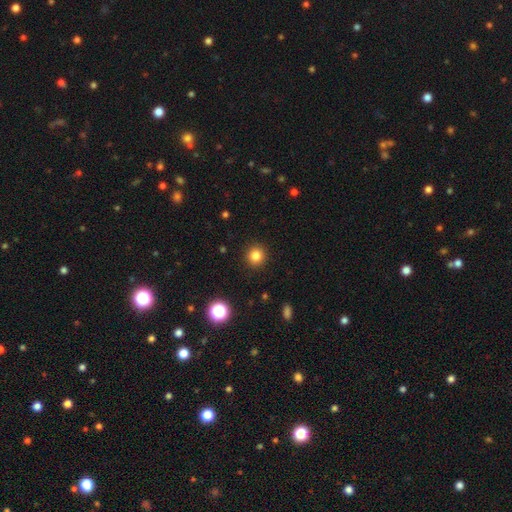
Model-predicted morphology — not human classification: Smooth or featured? Predicted: smooth (p=0.83). How rounded? Predicted: round (p=0.93). Merging? Predicted: none (p=0.92).